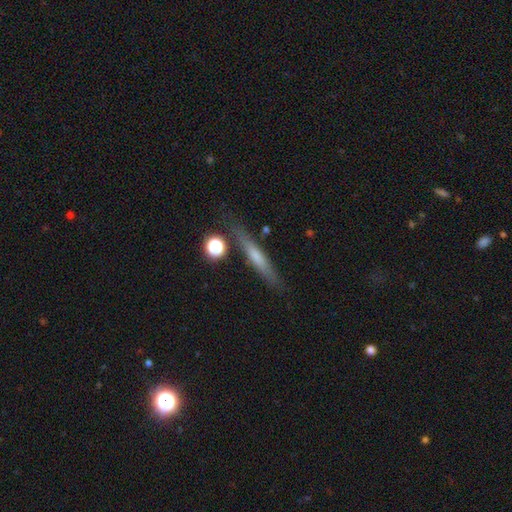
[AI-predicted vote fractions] A featured or disk galaxy (46%). Merging: none (82%).